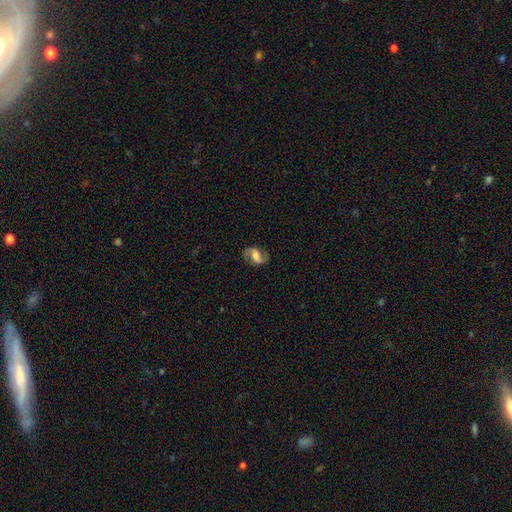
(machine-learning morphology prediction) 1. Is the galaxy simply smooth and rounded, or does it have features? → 72% featured or disk, 20% smooth, 8% star or artifact.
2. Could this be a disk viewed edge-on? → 97% no, 3% yes.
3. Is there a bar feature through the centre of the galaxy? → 45% weak, 29% strong, 26% no.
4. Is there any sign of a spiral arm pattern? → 93% yes, 7% no.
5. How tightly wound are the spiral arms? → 46% medium, 38% loose, 16% tight.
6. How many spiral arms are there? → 90% 2, 4% 1, 3% can't tell, 1% 3, 1% 4, 1% more than 4.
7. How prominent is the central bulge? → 31% moderate, 29% large, 18% none, 17% small, 4% dominant.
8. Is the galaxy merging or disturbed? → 79% none, 14% minor disturbance, 6% major disturbance, 1% merger.